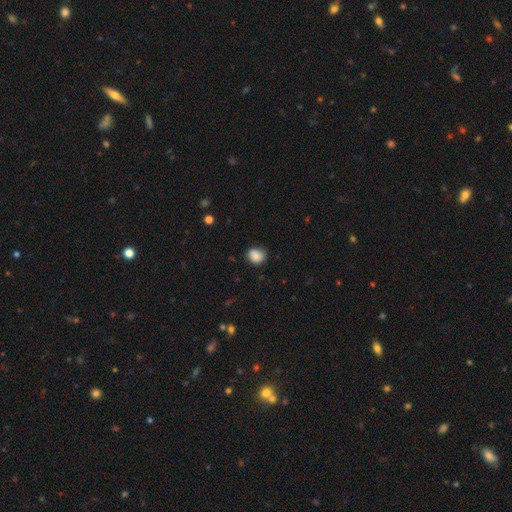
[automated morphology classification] Smooth or featured?
  - smooth: 82% *
  - star or artifact: 9%
  - featured or disk: 9%
How rounded?
  - round: 66% *
  - in between: 33%
  - cigar-shaped: 1%
Merging?
  - none: 67% *
  - minor disturbance: 24%
  - major disturbance: 5%
  - merger: 3%